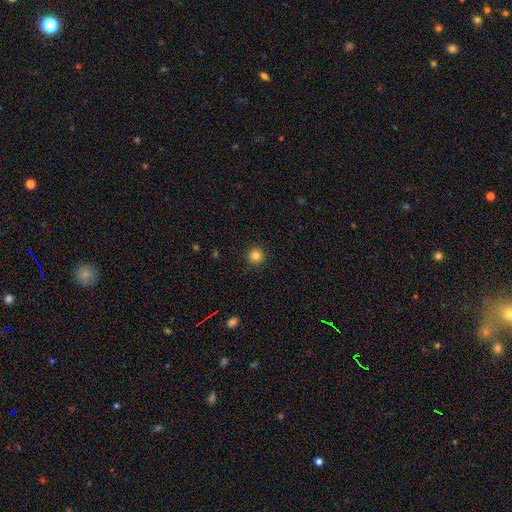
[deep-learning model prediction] Smooth or featured?
  - smooth: 83% *
  - star or artifact: 12%
  - featured or disk: 5%
How rounded?
  - round: 95% *
  - in between: 4%
  - cigar-shaped: 1%
Merging?
  - none: 91% *
  - minor disturbance: 6%
  - major disturbance: 2%
  - merger: 1%